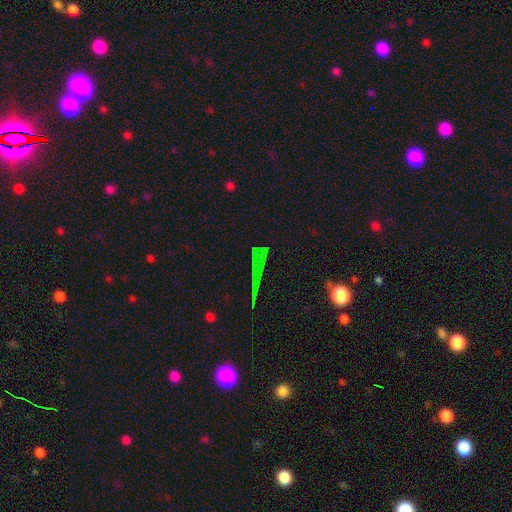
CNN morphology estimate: Smooth or featured? Predicted: star or artifact (p=0.65).